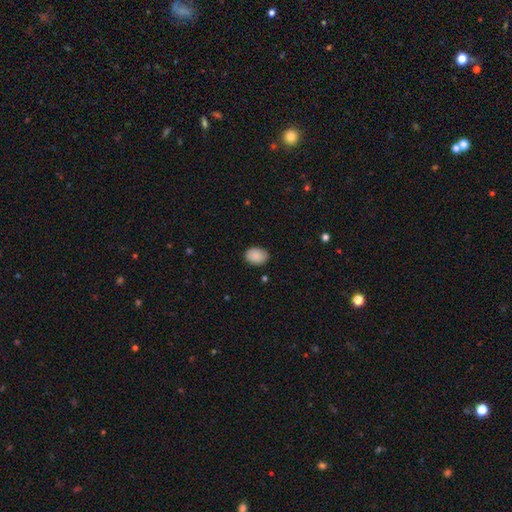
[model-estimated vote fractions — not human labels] This is clearly a smooth galaxy (89%). How rounded: likely in between (75%). Merging: clearly none (84%).